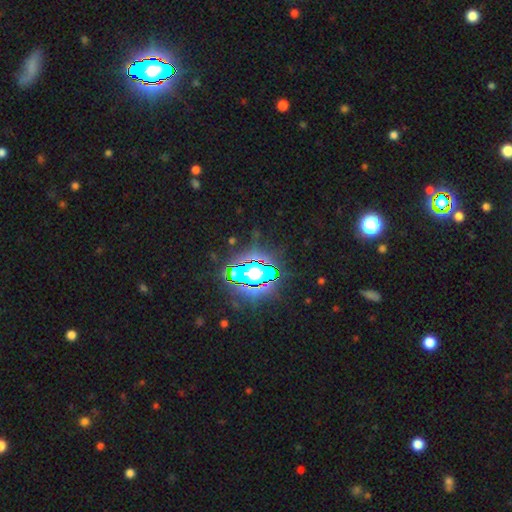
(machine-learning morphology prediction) A star or artifact, not a galaxy (76%).

Vote fractions:
- Smooth or featured? star or artifact: 76% / smooth: 13% / featured or disk: 11%